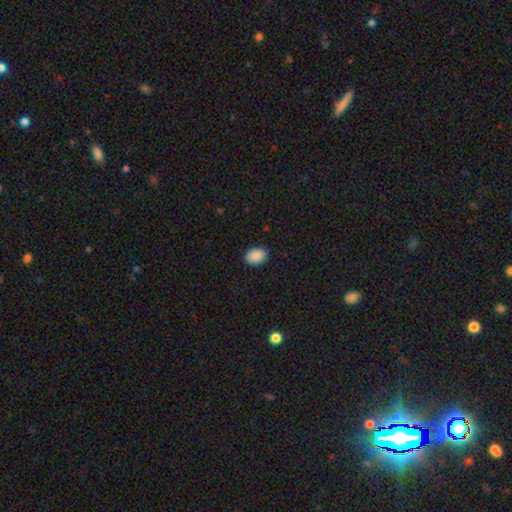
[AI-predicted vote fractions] smooth 90%, star or artifact 7%, featured or disk 3%. Down the decision tree: how rounded — in between (84%); merging — none (88%).